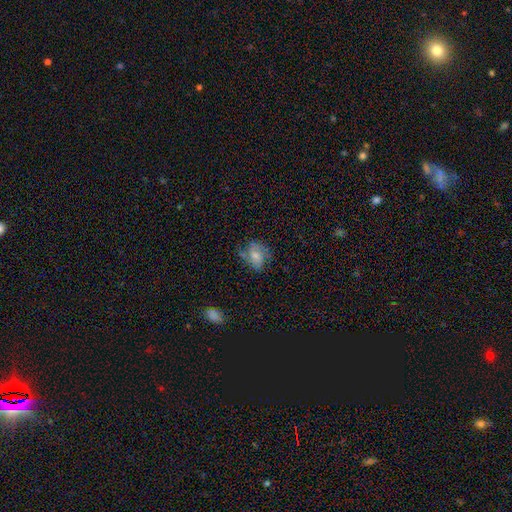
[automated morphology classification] Smooth or featured? Predicted: smooth (p=0.52). How rounded? Predicted: in between (p=0.63). Merging? Predicted: none (p=0.54).